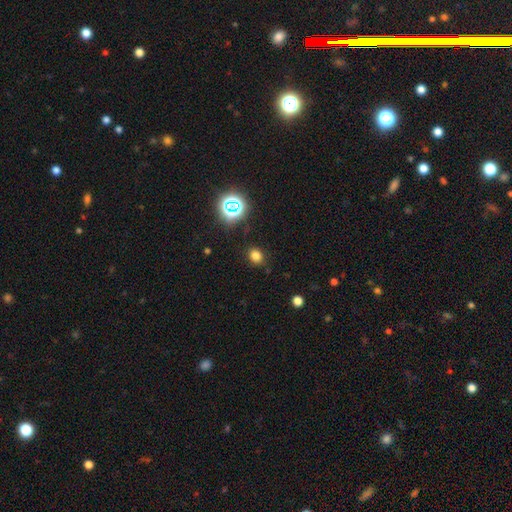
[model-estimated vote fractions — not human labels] Smooth or featured? Predicted: smooth (p=0.75). How rounded? Predicted: round (p=0.53). Merging? Predicted: none (p=0.86).